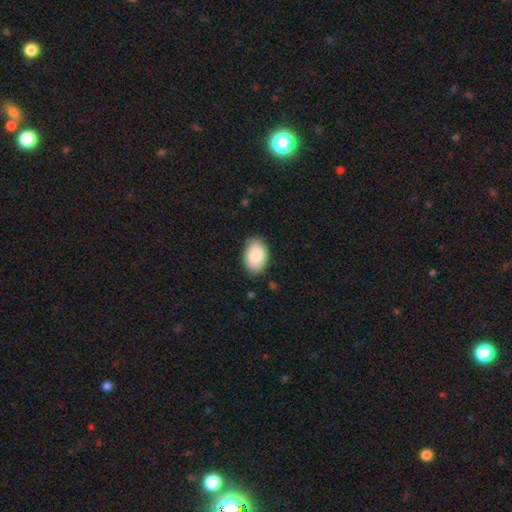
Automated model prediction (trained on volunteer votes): Smooth or featured: smooth — 85% (featured or disk — 9%)
How rounded: in between — 89% (round — 10%)
Merging: none — 82% (minor disturbance — 15%)